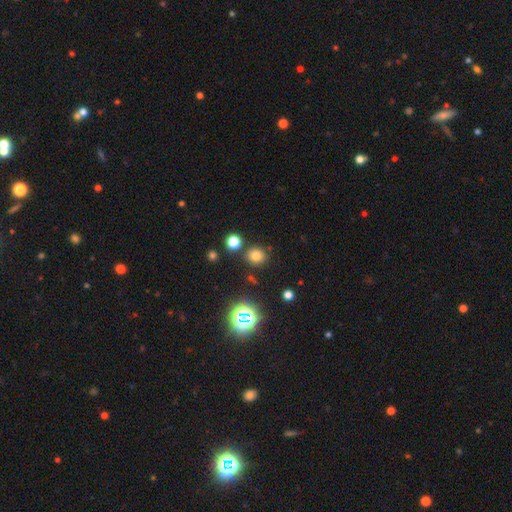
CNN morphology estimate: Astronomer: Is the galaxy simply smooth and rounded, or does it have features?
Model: smooth — 73%.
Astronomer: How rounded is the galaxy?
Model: round — 81%.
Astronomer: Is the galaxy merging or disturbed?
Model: none — 82%.